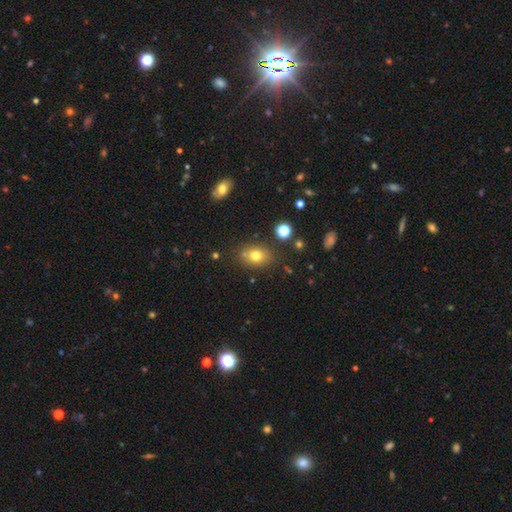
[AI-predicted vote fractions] Smooth or featured? smooth (74%)
How rounded? in between (57%)
Merging? none (75%)